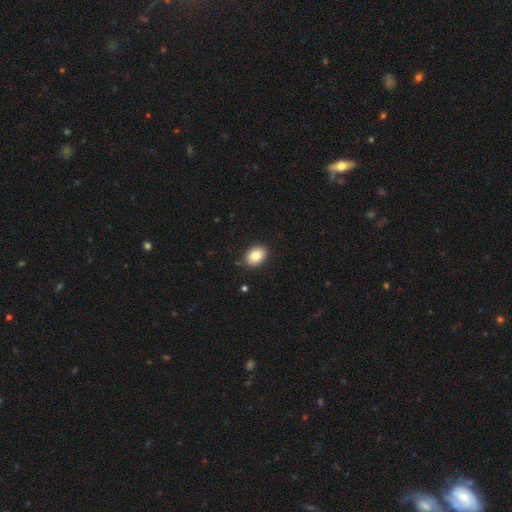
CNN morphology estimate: Smooth or featured?
  - smooth: 82% *
  - featured or disk: 10%
  - star or artifact: 9%
How rounded?
  - in between: 70% *
  - round: 29%
  - cigar-shaped: 1%
Merging?
  - none: 88% *
  - minor disturbance: 9%
  - major disturbance: 2%
  - merger: 1%